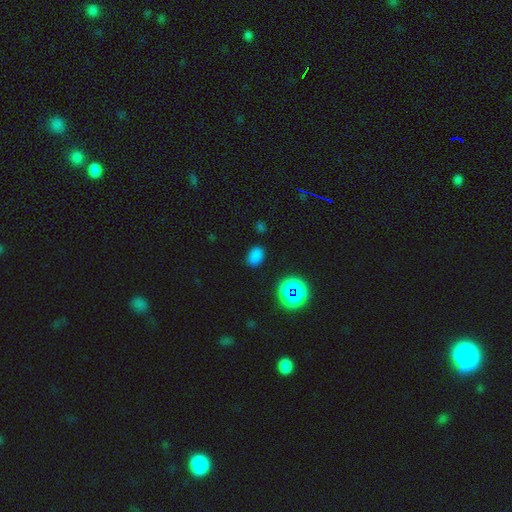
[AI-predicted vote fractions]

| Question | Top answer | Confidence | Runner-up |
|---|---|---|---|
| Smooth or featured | smooth | 76% | star or artifact (20%) |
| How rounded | in between | 78% | round (21%) |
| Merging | none | 84% | minor disturbance (11%) |